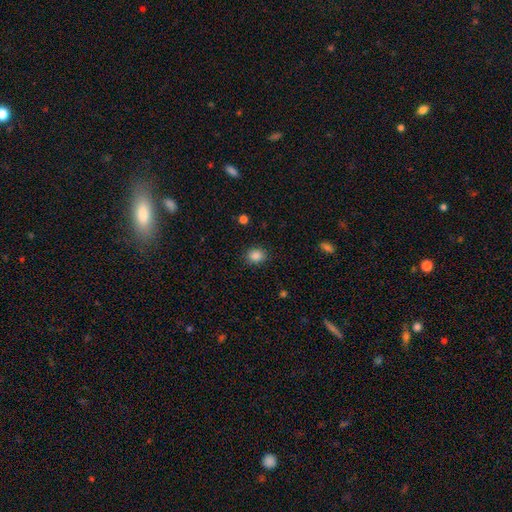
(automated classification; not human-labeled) Morphology: type=smooth (86%); roundness=round (64%); merging=none (87%).